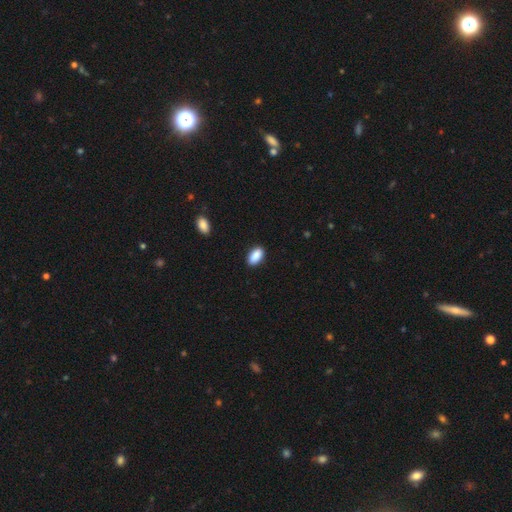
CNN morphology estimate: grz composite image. It shows a smooth galaxy with no disk features (90%) that is in between round and cigar-shaped (93%). Merging: none (88%).